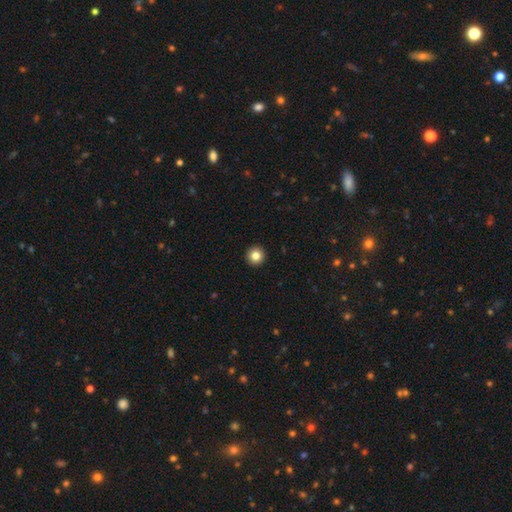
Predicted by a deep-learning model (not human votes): Q: Smooth or featured?
A: smooth (83%); runner-up: star or artifact (10%)
Q: How rounded?
A: round (96%); runner-up: in between (3%)
Q: Merging?
A: none (94%); runner-up: minor disturbance (4%)